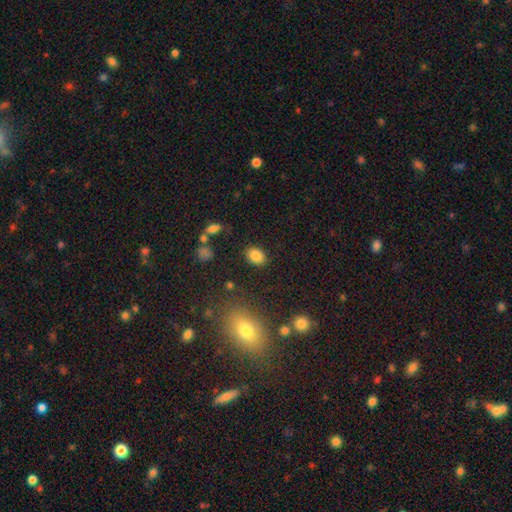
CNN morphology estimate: Smooth or featured? smooth (84%)
How rounded? in between (71%)
Merging? none (85%)